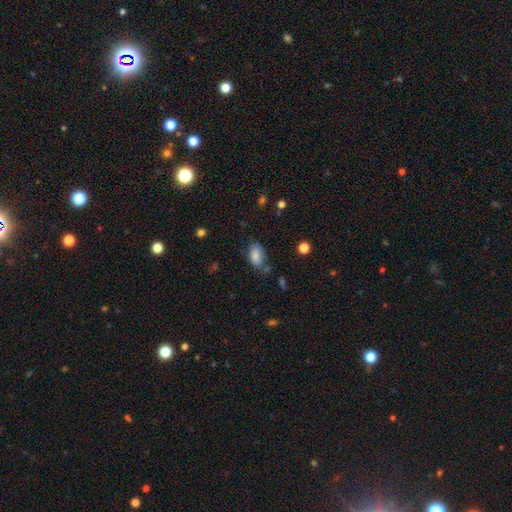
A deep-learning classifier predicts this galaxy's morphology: A smooth galaxy with no disk features (83%) that is in between round and cigar-shaped (92%).

Vote fractions:
- Smooth or featured? smooth: 83% / featured or disk: 9% / star or artifact: 8%
- How rounded? in between: 92% / round: 6% / cigar-shaped: 2%
- Merging? none: 67% / minor disturbance: 21% / major disturbance: 6% / merger: 6%